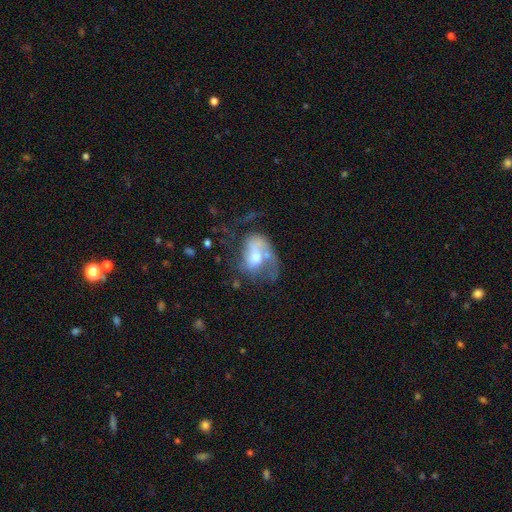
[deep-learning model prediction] A featured or disk galaxy (59%) with no bar (63%), spiral arms (61%) and a moderate central bulge (49%). Merging: major disturbance (46%).